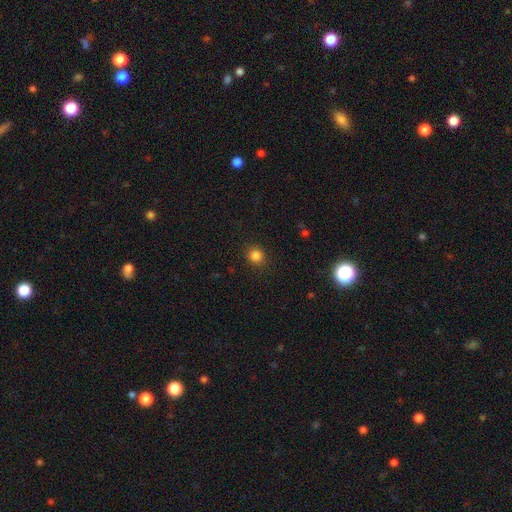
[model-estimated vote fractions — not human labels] A smooth galaxy with no disk features (84%) that is round (86%).

Vote fractions:
- Smooth or featured? smooth: 84% / star or artifact: 12% / featured or disk: 4%
- How rounded? round: 86% / in between: 13% / cigar-shaped: 1%
- Merging? none: 90% / minor disturbance: 7% / major disturbance: 2% / merger: 1%